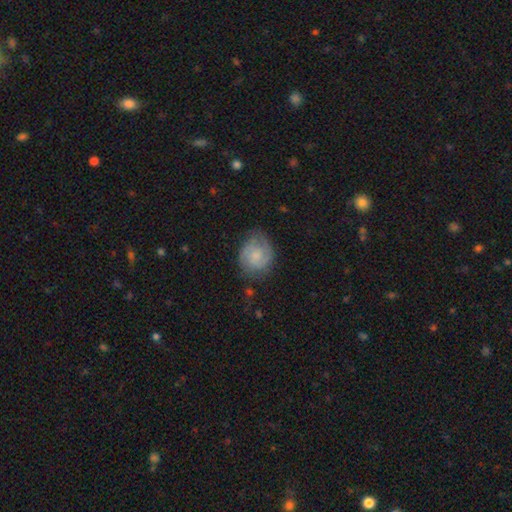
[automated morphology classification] Overall: featured or disk (57%; smooth 36%). Edge-on disk: no (98%). Bar: no (66%; weak 30%). Spiral arms: yes (89%). Bulge size: small (45%; moderate 29%). Merging: none (64%; minor disturbance 25%).